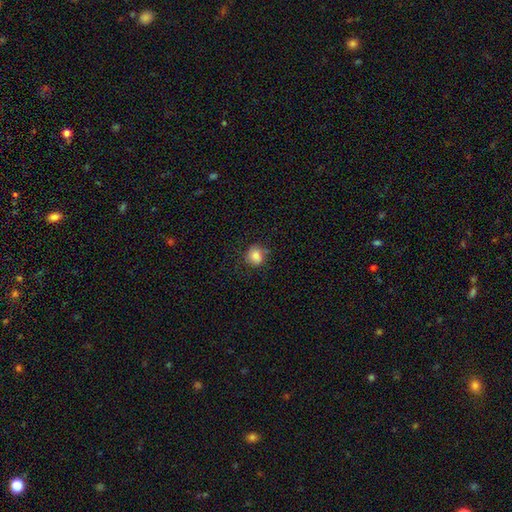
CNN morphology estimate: Smooth or featured?
  - smooth: 82% *
  - star or artifact: 10%
  - featured or disk: 8%
How rounded?
  - round: 72% *
  - in between: 27%
  - cigar-shaped: 1%
Merging?
  - none: 67% *
  - minor disturbance: 23%
  - major disturbance: 7%
  - merger: 3%